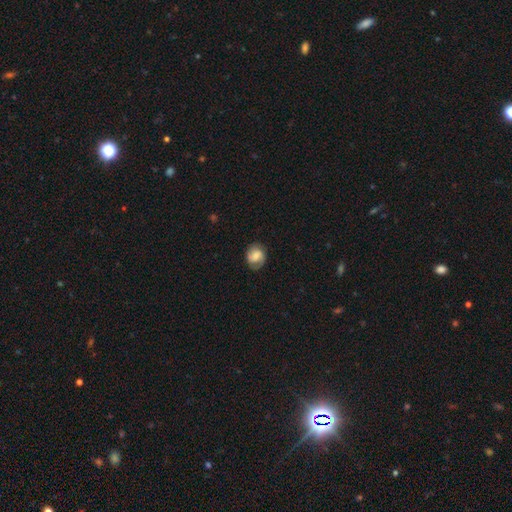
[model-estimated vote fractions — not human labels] featured or disk 55%, smooth 37%, star or artifact 8%. Down the decision tree: edge-on disk — no (97%); bar — no (45%); spiral arms — yes (90%); bulge size — moderate (37%); merging — none (77%).